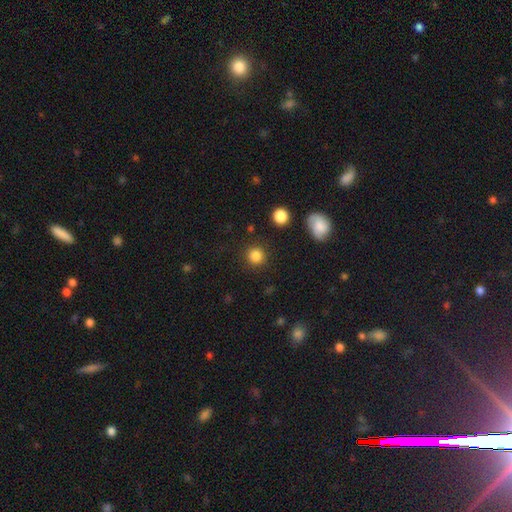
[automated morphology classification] smooth 84%, star or artifact 11%, featured or disk 4%. Down the decision tree: how rounded — round (92%); merging — none (89%).